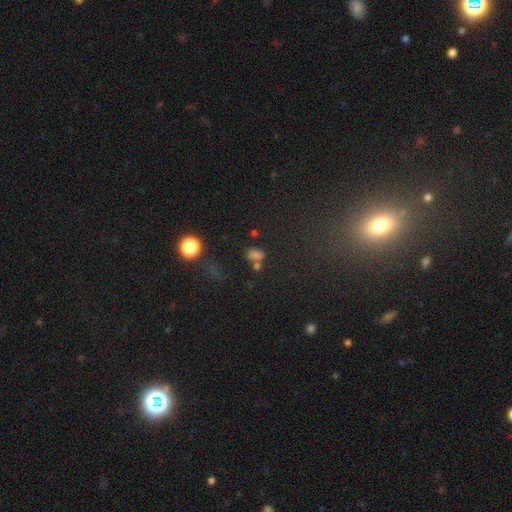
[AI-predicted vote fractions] A smooth galaxy with no disk features (64%) that is in between round and cigar-shaped (74%).

Vote fractions:
- Smooth or featured? smooth: 64% / star or artifact: 27% / featured or disk: 9%
- How rounded? in between: 74% / round: 22% / cigar-shaped: 4%
- Merging? none: 50% / merger: 27% / minor disturbance: 15% / major disturbance: 8%